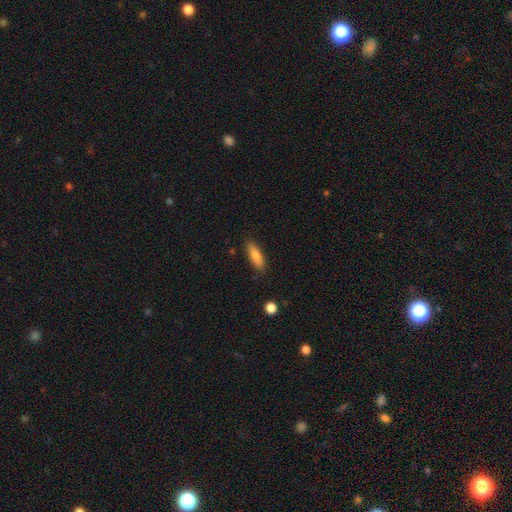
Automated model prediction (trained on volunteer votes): Smooth or featured?
  - smooth: 82% *
  - featured or disk: 11%
  - star or artifact: 7%
How rounded?
  - in between: 52% *
  - cigar-shaped: 46%
  - round: 2%
Merging?
  - none: 85% *
  - minor disturbance: 11%
  - major disturbance: 2%
  - merger: 1%